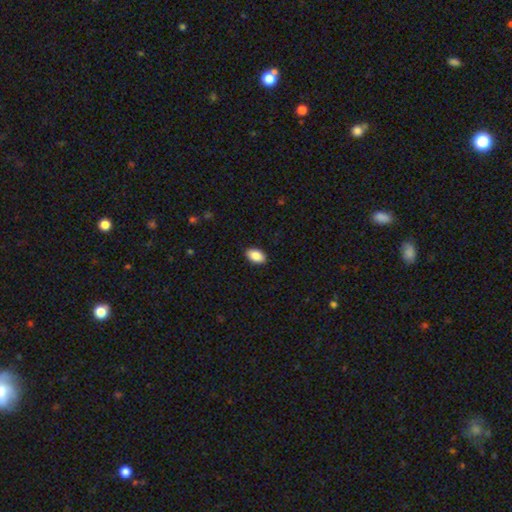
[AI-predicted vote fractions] A smooth galaxy with no disk features (88%) that is in between round and cigar-shaped (93%). Merging: none (90%).